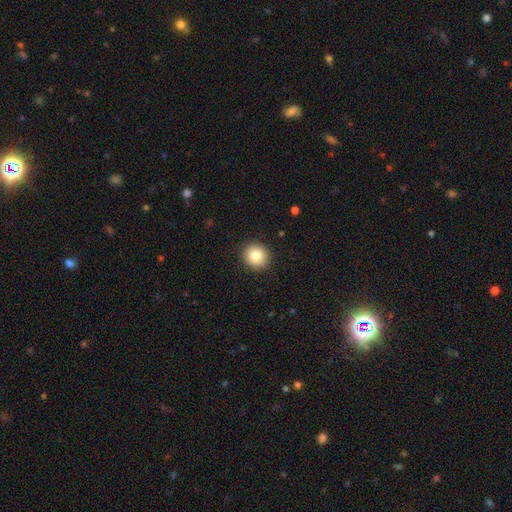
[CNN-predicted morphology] smooth 84%, star or artifact 9%, featured or disk 7%. Down the decision tree: how rounded — round (89%); merging — none (92%).